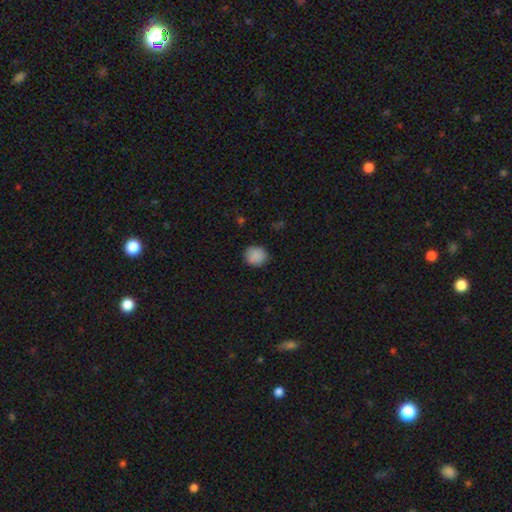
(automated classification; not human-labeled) smooth_or_featured: smooth (p=0.89) [alt: star or artifact p=0.08]
how_rounded: round (p=0.84) [alt: in between p=0.15]
merging: none (p=0.89) [alt: minor disturbance p=0.08]